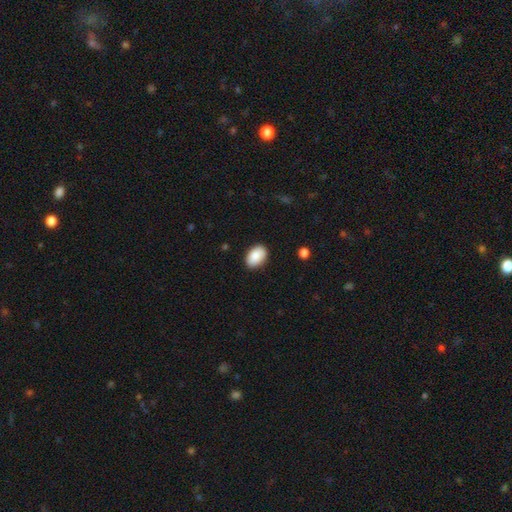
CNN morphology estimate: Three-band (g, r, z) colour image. It shows a smooth galaxy with no disk features (88%) that is in between round and cigar-shaped (88%). Merging: none (88%).